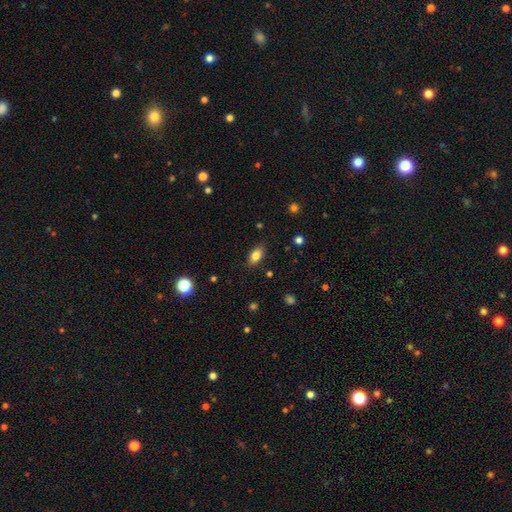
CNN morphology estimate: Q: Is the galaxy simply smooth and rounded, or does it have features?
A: smooth — 82%.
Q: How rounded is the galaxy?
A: in between — 88%.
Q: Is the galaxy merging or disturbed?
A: none — 85%.